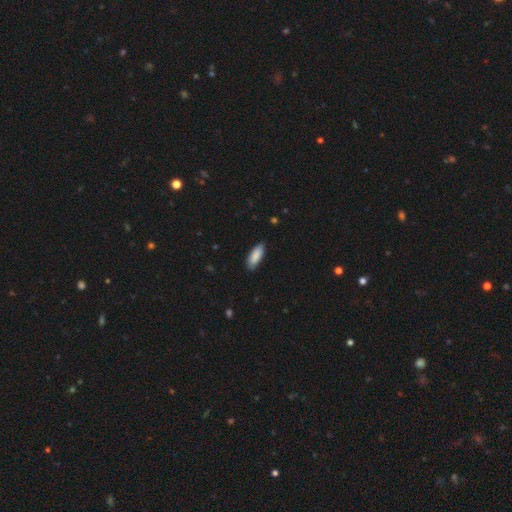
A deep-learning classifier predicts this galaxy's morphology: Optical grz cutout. It shows a smooth galaxy with no disk features (88%) that is in between round and cigar-shaped (73%). Merging: none (84%).